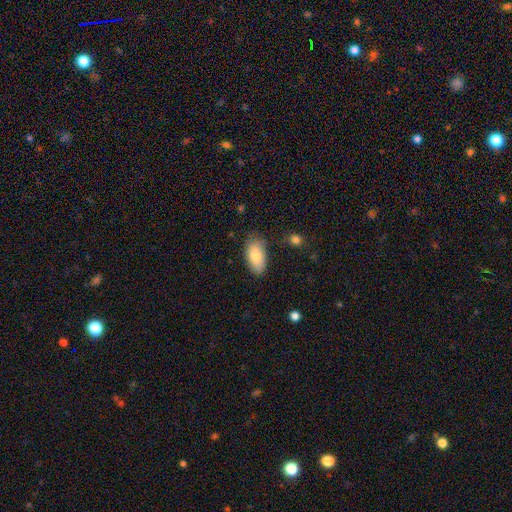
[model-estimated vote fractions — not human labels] Morphology: type=smooth (79%); roundness=in between (92%); merging=none (71%).